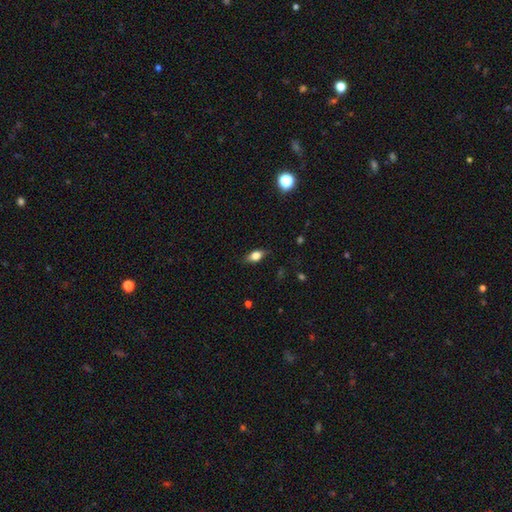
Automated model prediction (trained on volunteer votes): Overall: smooth (66%). How rounded: in between (79%). Merging: none (81%).